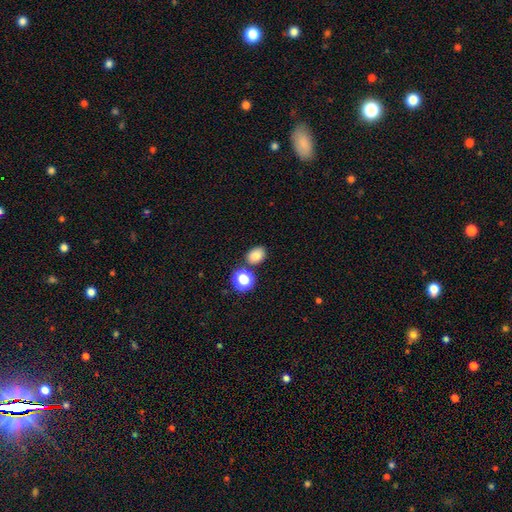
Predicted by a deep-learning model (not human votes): smooth_or_featured: smooth (p=0.80) [alt: star or artifact p=0.14]
how_rounded: in between (p=0.62) [alt: round p=0.37]
merging: none (p=0.78) [alt: minor disturbance p=0.10]